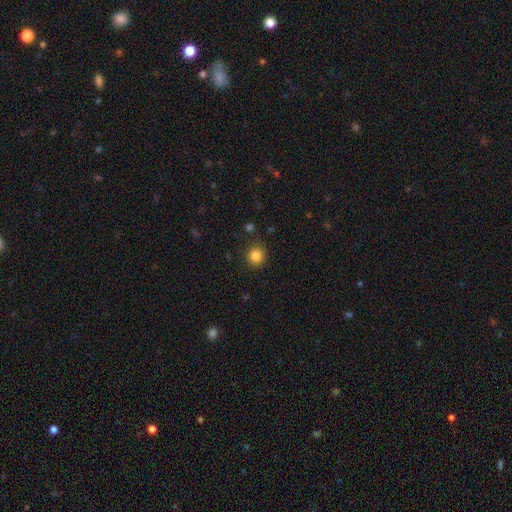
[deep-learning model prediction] Q: Smooth or featured?
A: smooth (85%); runner-up: star or artifact (11%)
Q: How rounded?
A: round (88%); runner-up: in between (11%)
Q: Merging?
A: none (86%); runner-up: minor disturbance (9%)